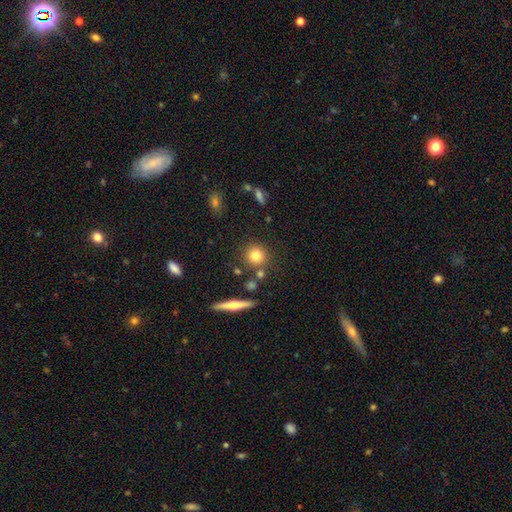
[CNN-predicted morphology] Q: Smooth or featured?
A: smooth (76%); runner-up: featured or disk (12%)
Q: How rounded?
A: round (90%); runner-up: in between (8%)
Q: Merging?
A: none (80%); runner-up: minor disturbance (9%)